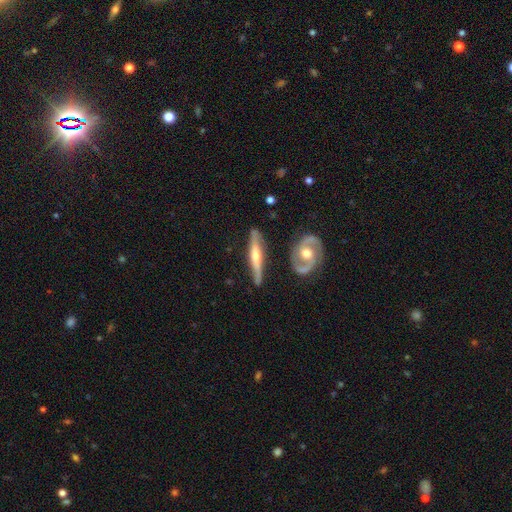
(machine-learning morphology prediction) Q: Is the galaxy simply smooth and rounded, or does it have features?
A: featured or disk — 73%.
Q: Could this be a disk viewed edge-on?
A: yes — 89%.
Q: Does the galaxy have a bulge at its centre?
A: rounded — 86%.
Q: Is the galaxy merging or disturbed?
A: none — 80%.